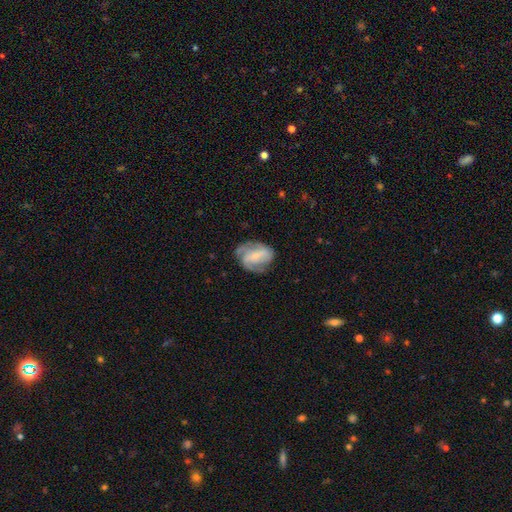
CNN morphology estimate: Overall: featured or disk (72%). Edge-on disk: no (97%). Bar: weak (40%; no 35%). Spiral arms: yes (88%). Spiral arm count: 2 (39%; 3 26%). Spiral winding: medium (45%; tight 32%). Bulge size: small (65%). Merging: none (59%; minor disturbance 25%).